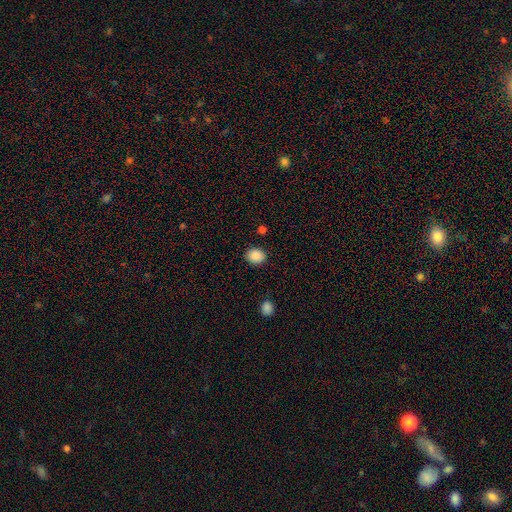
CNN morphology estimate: smooth_or_featured: smooth (p=0.89) [alt: star or artifact p=0.09]
how_rounded: round (p=0.59) [alt: in between p=0.40]
merging: none (p=0.87) [alt: minor disturbance p=0.08]